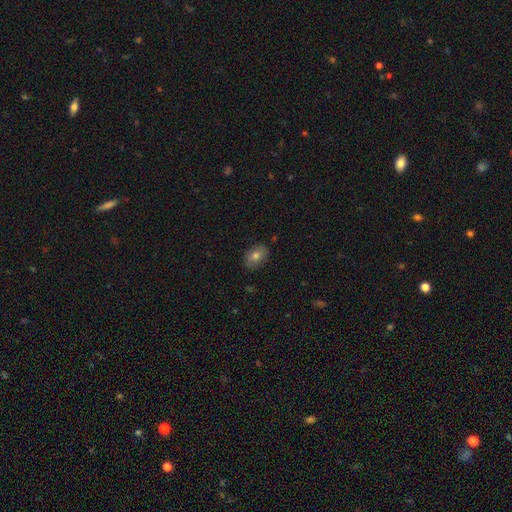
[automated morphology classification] Smooth or featured? smooth (75%)
How rounded? in between (78%)
Merging? none (86%)